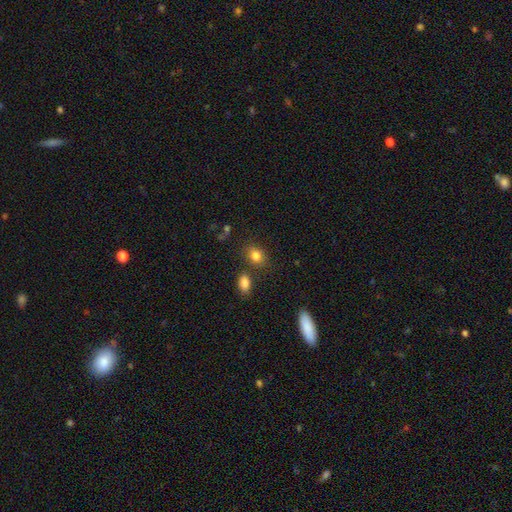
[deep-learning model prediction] Smooth or featured: smooth — 83% (star or artifact — 11%)
How rounded: in between — 53% (round — 46%)
Merging: none — 74% (minor disturbance — 13%)